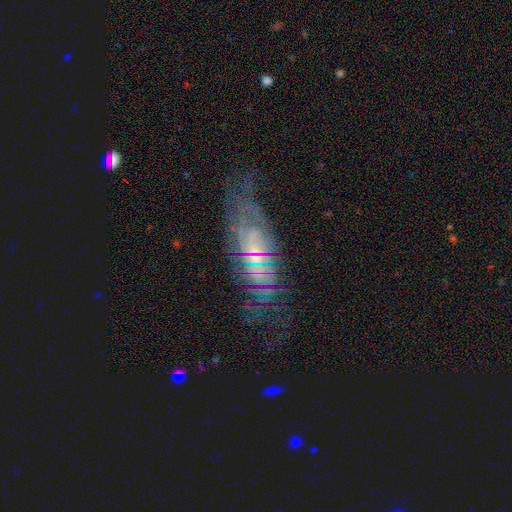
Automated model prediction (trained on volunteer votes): This is likely a featured or disk galaxy (68%). It is clearly not viewed edge-on (81%). Bar: likely no (61%). Spiral arm pattern: likely yes (77%). Central bulge: possibly small (60%). Merging: likely none (67%).